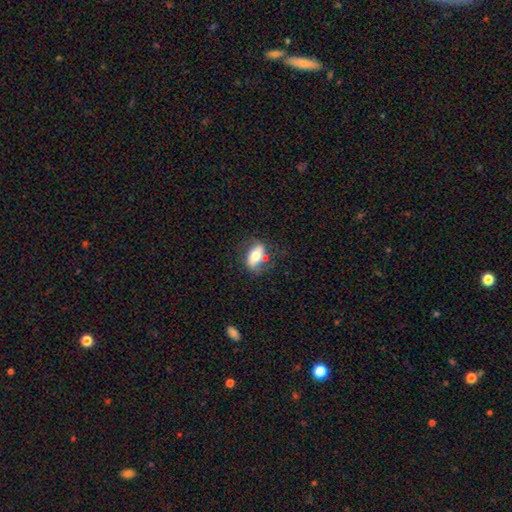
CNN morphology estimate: type=smooth (58%); roundness=in between (83%); merging=none (60%).